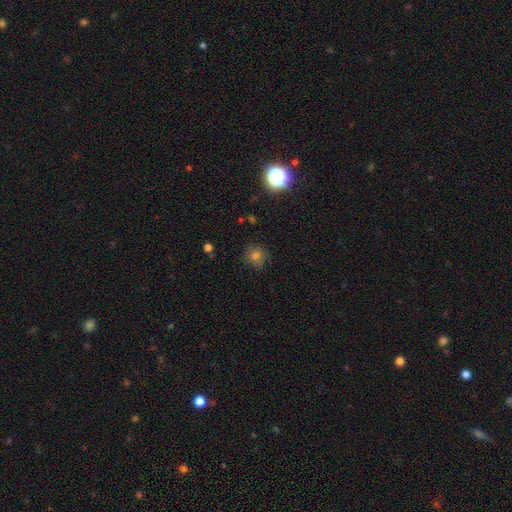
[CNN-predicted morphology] This appears to be a smooth galaxy with no disk features (70%) that is round (88%). Merging: none (82%).